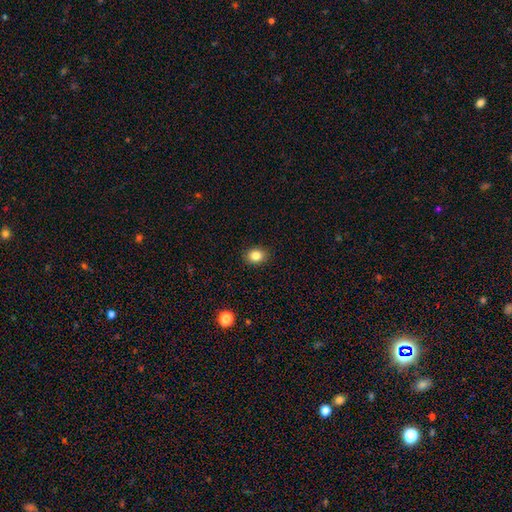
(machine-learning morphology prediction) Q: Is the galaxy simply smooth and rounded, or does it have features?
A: smooth — 84%.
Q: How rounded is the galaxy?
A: round — 54%.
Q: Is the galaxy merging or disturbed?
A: none — 90%.